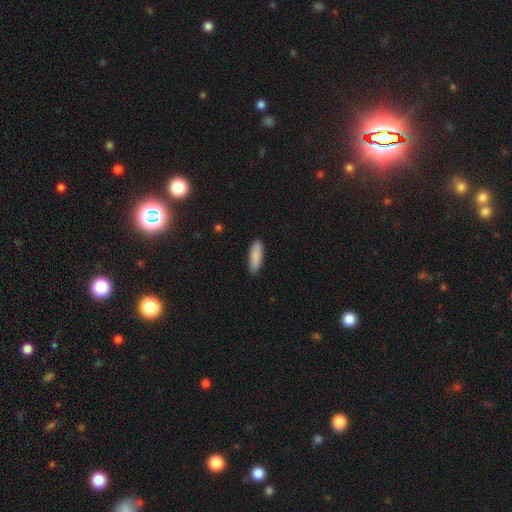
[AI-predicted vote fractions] Smooth or featured? Predicted: smooth (p=0.88). How rounded? Predicted: in between (p=0.55). Merging? Predicted: none (p=0.89).